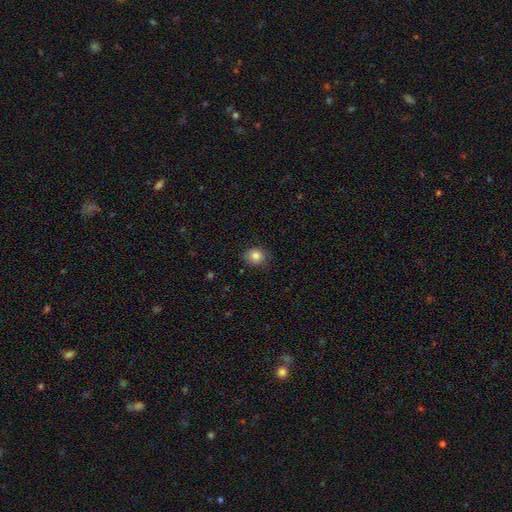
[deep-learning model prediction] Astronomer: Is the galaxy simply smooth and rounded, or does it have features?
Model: smooth — 83%.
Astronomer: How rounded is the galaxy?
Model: round — 77%.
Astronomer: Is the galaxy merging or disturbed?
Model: none — 81%.